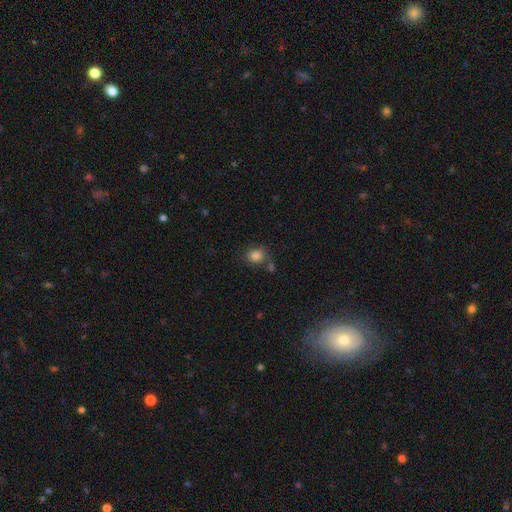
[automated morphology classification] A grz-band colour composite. It shows a smooth galaxy with no disk features (83%) that is round (70%). Merging: none (56%).